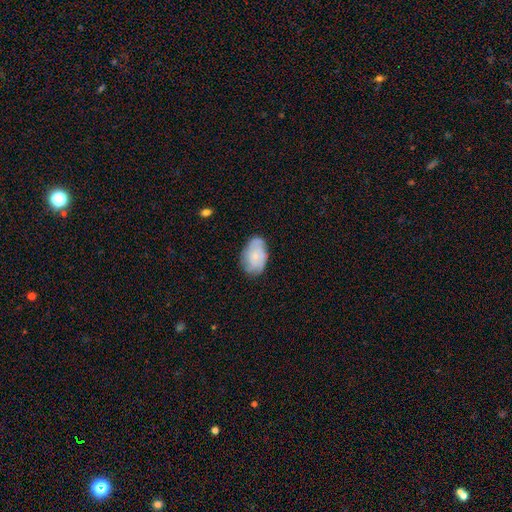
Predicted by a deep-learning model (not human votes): smooth-or-featured: smooth: 47% | featured or disk: 46% | star or artifact: 7%
  merging: none: 71% | minor disturbance: 23% | major disturbance: 5% | merger: 1%